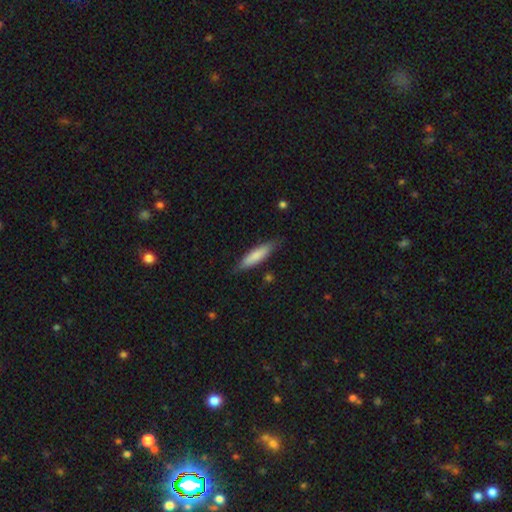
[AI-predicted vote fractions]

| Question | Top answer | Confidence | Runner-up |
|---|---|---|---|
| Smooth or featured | smooth | 74% | featured or disk (20%) |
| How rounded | cigar-shaped | 75% | in between (24%) |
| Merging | none | 80% | minor disturbance (16%) |